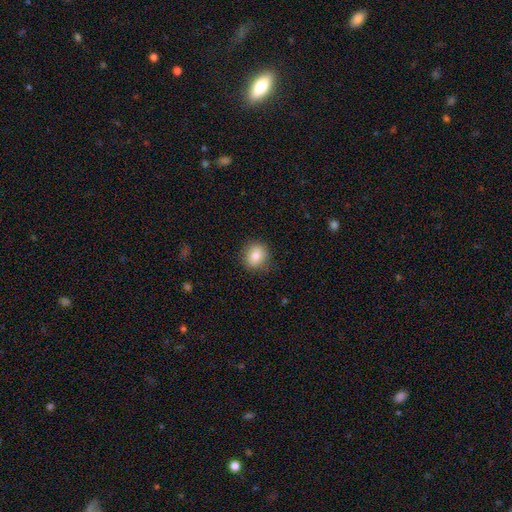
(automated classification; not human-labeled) A smooth galaxy with no disk features (84%) that is round (73%).

Vote fractions:
- Smooth or featured? smooth: 84% / star or artifact: 9% / featured or disk: 7%
- How rounded? round: 73% / in between: 26% / cigar-shaped: 1%
- Merging? none: 85% / minor disturbance: 11% / major disturbance: 3% / merger: 1%